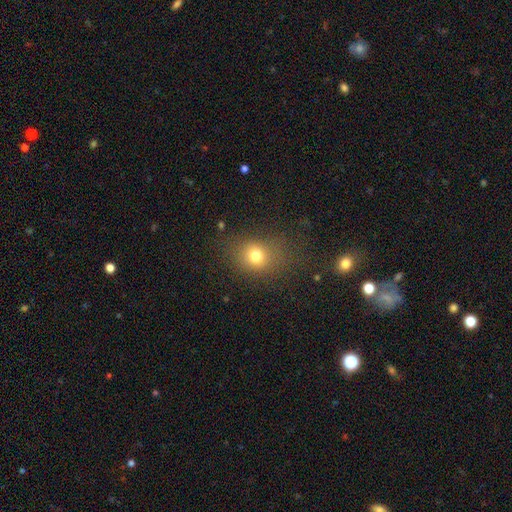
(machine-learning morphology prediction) Q: Smooth or featured?
A: smooth (74%); runner-up: star or artifact (16%)
Q: How rounded?
A: round (65%); runner-up: in between (34%)
Q: Merging?
A: none (70%); runner-up: minor disturbance (16%)